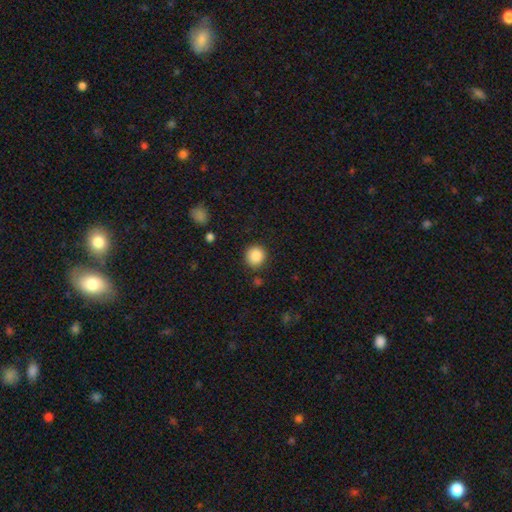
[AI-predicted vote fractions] Smooth or featured? Predicted: smooth (p=0.88). How rounded? Predicted: round (p=0.92). Merging? Predicted: none (p=0.86).